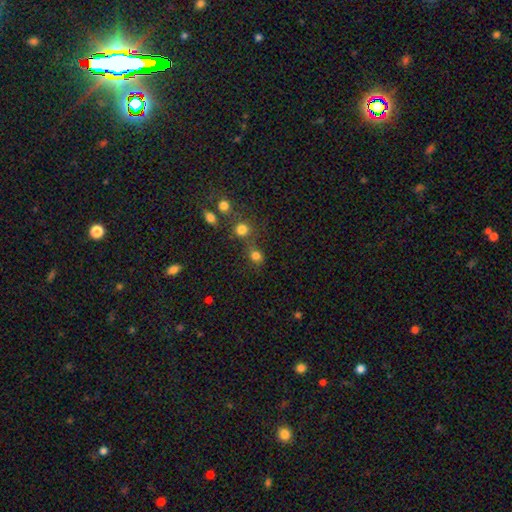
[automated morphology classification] The model was most divided on "merging": none: 59%, merger: 22%, minor disturbance: 13%, major disturbance: 7%. More confident: smooth or featured — smooth (77%); how rounded — round (72%).